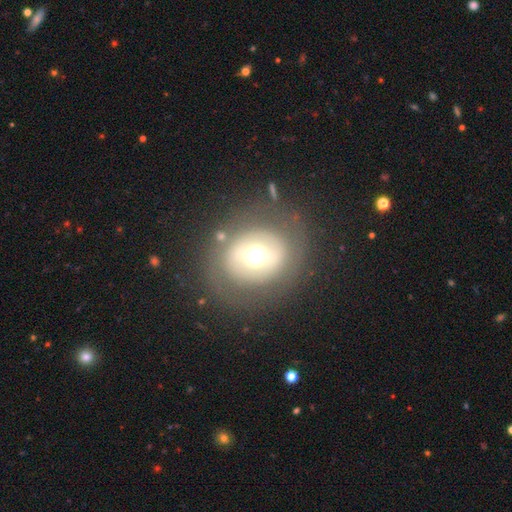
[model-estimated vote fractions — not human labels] Smooth or featured?
  - featured or disk: 51% *
  - smooth: 40%
  - star or artifact: 9%
Edge-on disk?
  - no: 95% *
  - yes: 5%
Merging?
  - none: 78% *
  - minor disturbance: 12%
  - major disturbance: 8%
  - merger: 2%